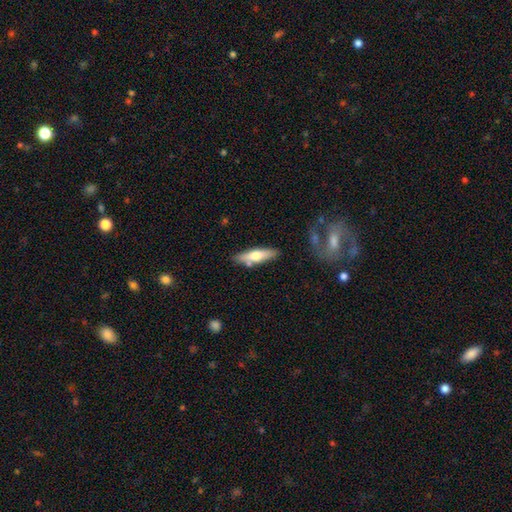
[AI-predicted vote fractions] smooth 56%, featured or disk 39%, star or artifact 6%. Down the decision tree: how rounded — cigar-shaped (65%); merging — none (78%).